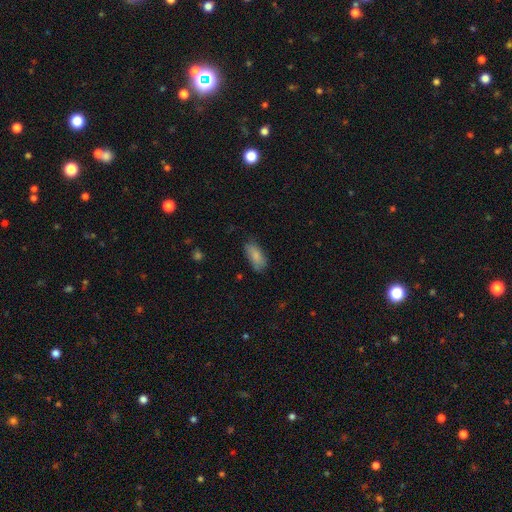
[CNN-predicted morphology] A smooth galaxy with no disk features (84%) that is in between round and cigar-shaped (86%).

Vote fractions:
- Smooth or featured? smooth: 84% / featured or disk: 9% / star or artifact: 7%
- How rounded? in between: 86% / cigar-shaped: 12% / round: 2%
- Merging? none: 70% / minor disturbance: 23% / major disturbance: 6% / merger: 2%